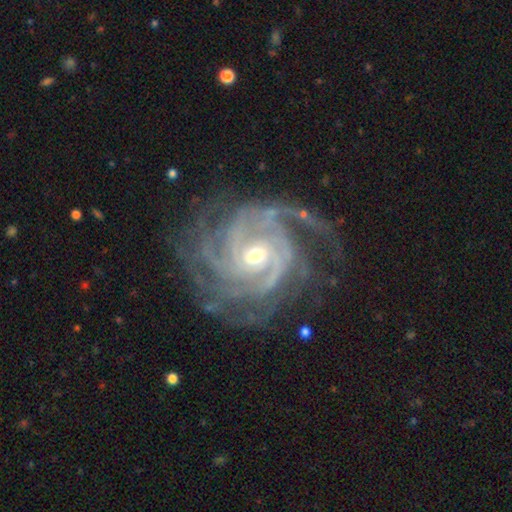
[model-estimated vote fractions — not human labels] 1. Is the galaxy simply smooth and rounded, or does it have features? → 92% featured or disk, 5% star or artifact, 3% smooth.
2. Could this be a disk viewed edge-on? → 98% no, 2% yes.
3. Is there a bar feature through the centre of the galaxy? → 49% no, 35% weak, 16% strong.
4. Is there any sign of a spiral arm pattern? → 99% yes, 1% no.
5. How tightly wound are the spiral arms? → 70% tight, 26% medium, 4% loose.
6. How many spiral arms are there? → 25% 4, 22% 3, 17% can't tell, 16% more than 4, 12% 2, 8% 1.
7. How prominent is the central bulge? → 51% small, 46% moderate, 2% large, 1% none, 1% dominant.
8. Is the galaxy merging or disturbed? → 73% none, 16% minor disturbance, 9% major disturbance, 1% merger.